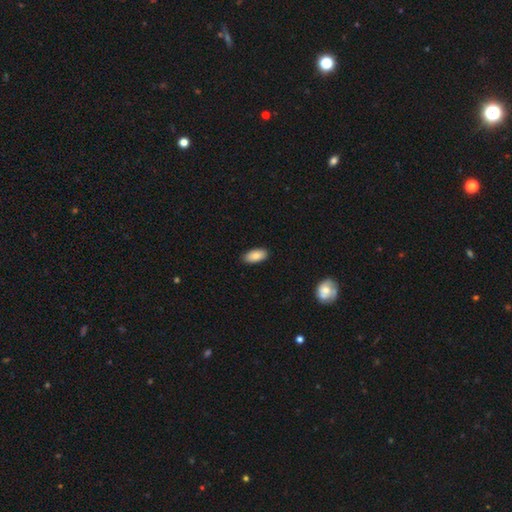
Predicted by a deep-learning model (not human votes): Smooth or featured?
  - smooth: 86% *
  - featured or disk: 8%
  - star or artifact: 7%
How rounded?
  - in between: 93% *
  - cigar-shaped: 4%
  - round: 2%
Merging?
  - none: 87% *
  - minor disturbance: 10%
  - major disturbance: 2%
  - merger: 1%